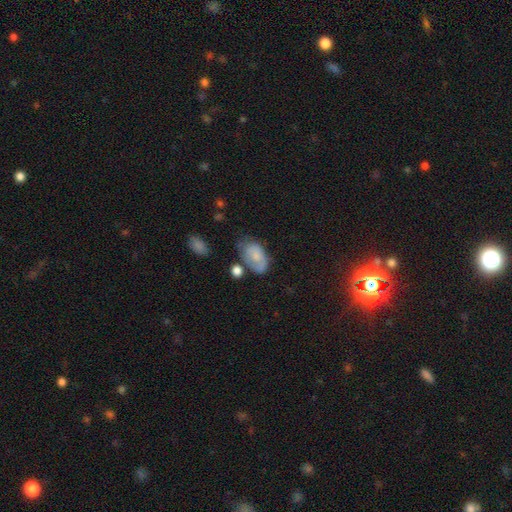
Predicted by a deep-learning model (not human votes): smooth_or_featured: smooth (p=0.62) [alt: featured or disk p=0.30]
how_rounded: in between (p=0.91) [alt: round p=0.08]
merging: none (p=0.42) [alt: minor disturbance p=0.33]